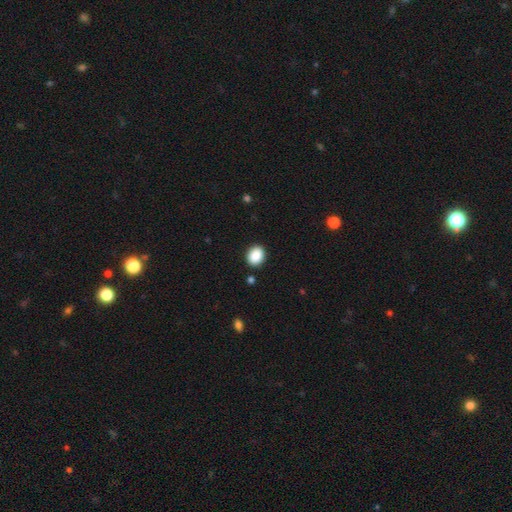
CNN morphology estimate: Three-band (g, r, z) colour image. It shows a smooth galaxy with no disk features (89%) that is in between round and cigar-shaped (52%). Merging: none (89%).